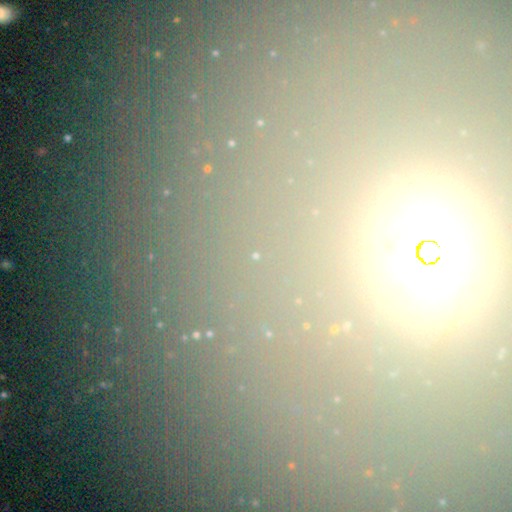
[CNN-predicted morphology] This is possibly a star or artifact rather than a galaxy (59%).